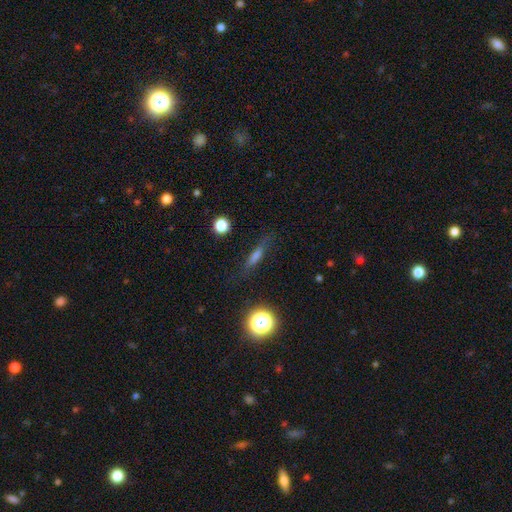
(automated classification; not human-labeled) Q: Smooth or featured?
A: smooth (55%); runner-up: featured or disk (29%)
Q: How rounded?
A: cigar-shaped (75%); runner-up: in between (17%)
Q: Merging?
A: none (78%); runner-up: minor disturbance (15%)